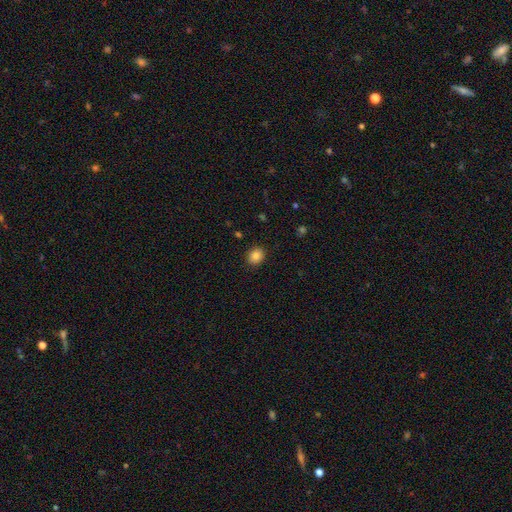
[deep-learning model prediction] smooth-or-featured: smooth: 85% | star or artifact: 10% | featured or disk: 5%
  how-rounded: round: 68% | in between: 31% | cigar-shaped: 1%
  merging: none: 90% | minor disturbance: 7% | major disturbance: 2% | merger: 1%